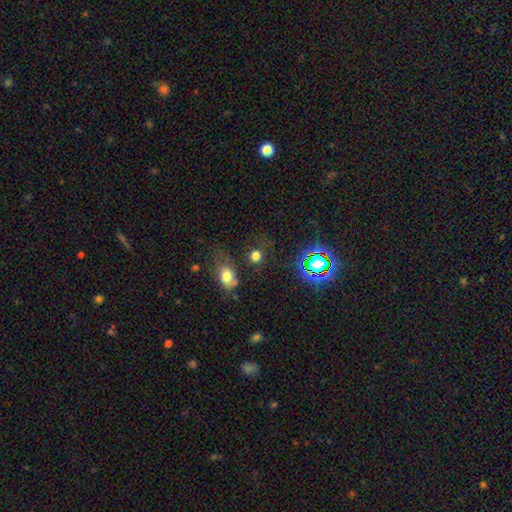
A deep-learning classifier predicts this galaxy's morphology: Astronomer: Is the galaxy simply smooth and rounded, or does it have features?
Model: smooth — 69%.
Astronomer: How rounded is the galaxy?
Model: round — 79%.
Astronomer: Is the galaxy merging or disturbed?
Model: none — 70%.